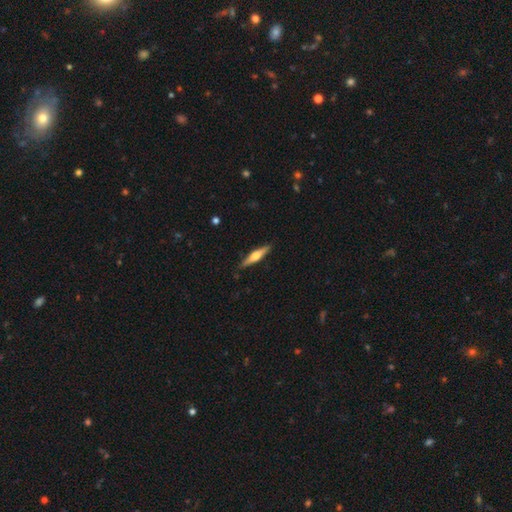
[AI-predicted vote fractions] A featured or disk galaxy (60%) viewed edge-on (96%) with a rounded central bulge (91%). Merging: none (89%).